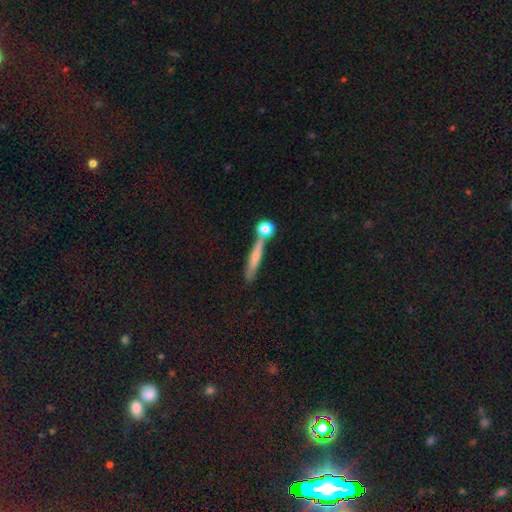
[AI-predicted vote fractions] This appears to be a smooth galaxy with no disk features (49%). Merging: none (67%).